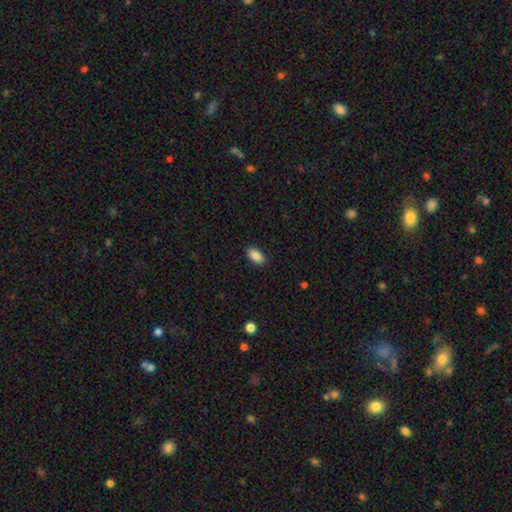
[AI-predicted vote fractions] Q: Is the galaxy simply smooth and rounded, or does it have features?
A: smooth — 88%.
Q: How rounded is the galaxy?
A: in between — 93%.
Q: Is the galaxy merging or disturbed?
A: none — 89%.